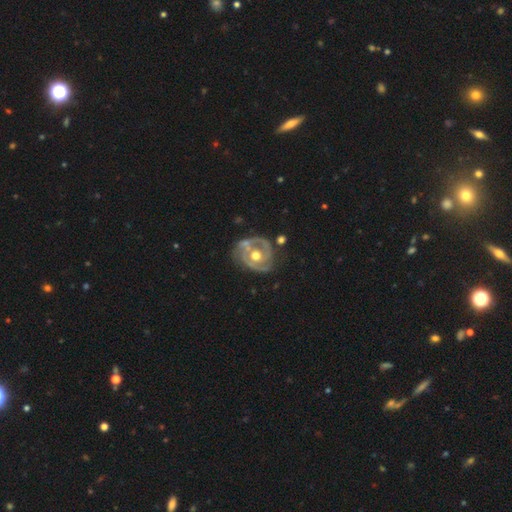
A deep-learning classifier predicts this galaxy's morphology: Overall: featured or disk (82%). Edge-on disk: no (97%). Bar: no (73%). Spiral arms: yes (82%). Spiral arm count: 2 (56%; can't tell 16%). Spiral winding: tight (56%; medium 34%). Bulge size: moderate (78%). Merging: none (62%; minor disturbance 23%).